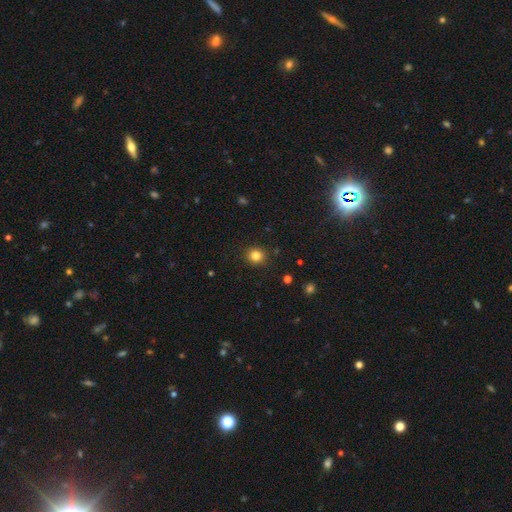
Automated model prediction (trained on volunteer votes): The model was most divided on "smooth or featured": smooth: 82%, star or artifact: 13%, featured or disk: 5%. More confident: merging — none (90%); how rounded — round (87%).